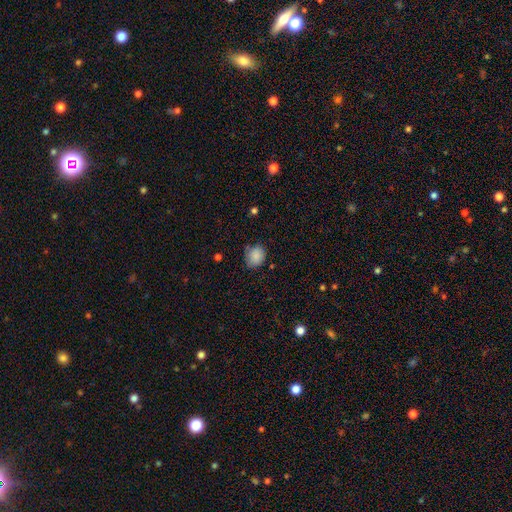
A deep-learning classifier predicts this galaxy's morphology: Q: Smooth or featured?
A: smooth (87%); runner-up: star or artifact (8%)
Q: How rounded?
A: round (62%); runner-up: in between (37%)
Q: Merging?
A: none (68%); runner-up: minor disturbance (25%)